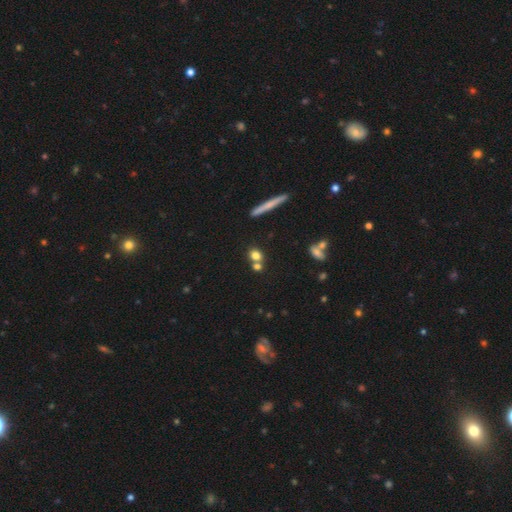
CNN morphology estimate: smooth-or-featured: smooth: 74% | featured or disk: 13% | star or artifact: 13%
  how-rounded: round: 65% | in between: 29% | cigar-shaped: 6%
  merging: none: 53% | merger: 36% | minor disturbance: 9% | major disturbance: 3%